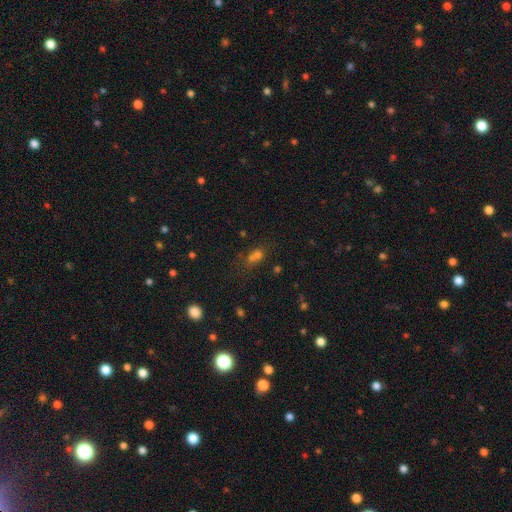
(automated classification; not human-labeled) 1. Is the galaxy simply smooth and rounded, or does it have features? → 56% smooth, 32% star or artifact, 12% featured or disk.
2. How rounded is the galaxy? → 57% in between, 34% round, 8% cigar-shaped.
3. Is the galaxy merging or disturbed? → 48% none, 27% merger, 15% minor disturbance, 10% major disturbance.